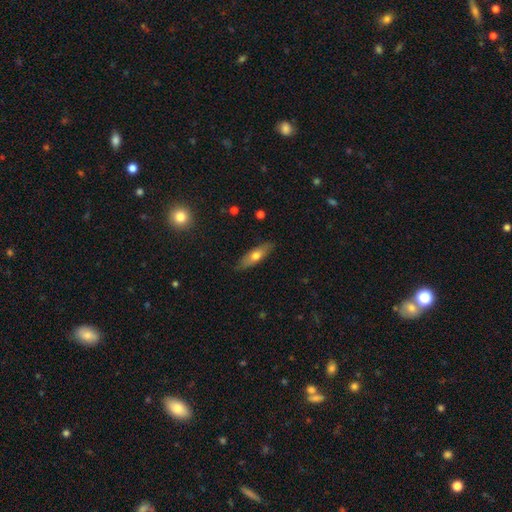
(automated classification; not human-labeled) Morphology: type=smooth (62%); roundness=in between (52%); merging=none (84%).